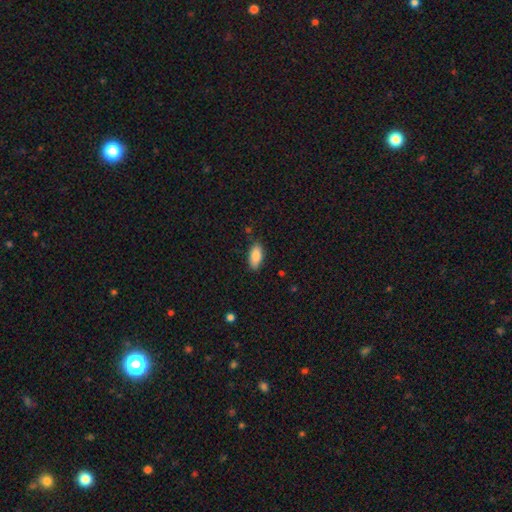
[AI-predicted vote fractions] Q: Smooth or featured?
A: smooth (85%); runner-up: featured or disk (9%)
Q: How rounded?
A: in between (88%); runner-up: cigar-shaped (10%)
Q: Merging?
A: none (84%); runner-up: minor disturbance (12%)